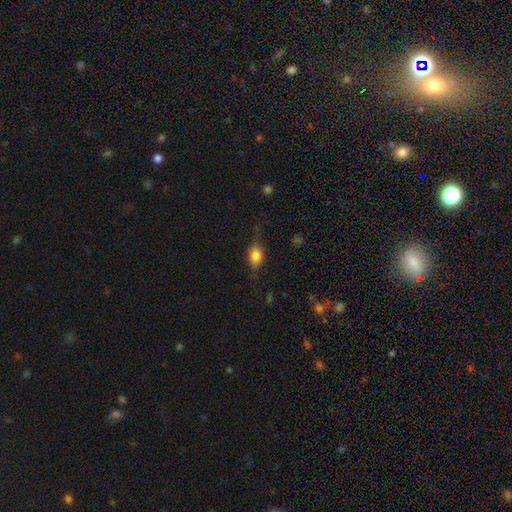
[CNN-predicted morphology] Overall: smooth (66%). How rounded: in between (71%). Merging: none (64%; minor disturbance 24%).